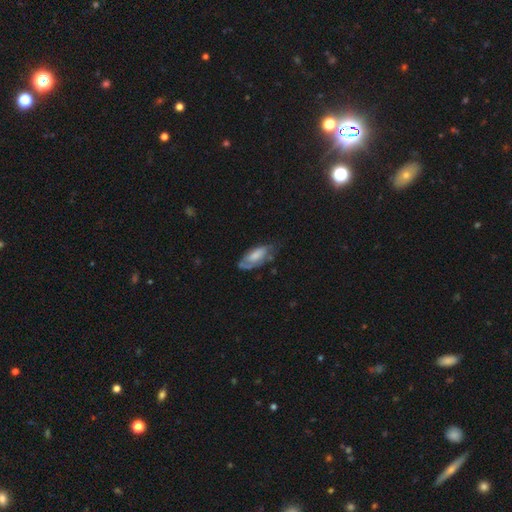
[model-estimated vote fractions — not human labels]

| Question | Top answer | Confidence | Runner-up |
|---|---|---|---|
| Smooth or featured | smooth | 49% | featured or disk (44%) |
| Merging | none | 49% | minor disturbance (32%) |